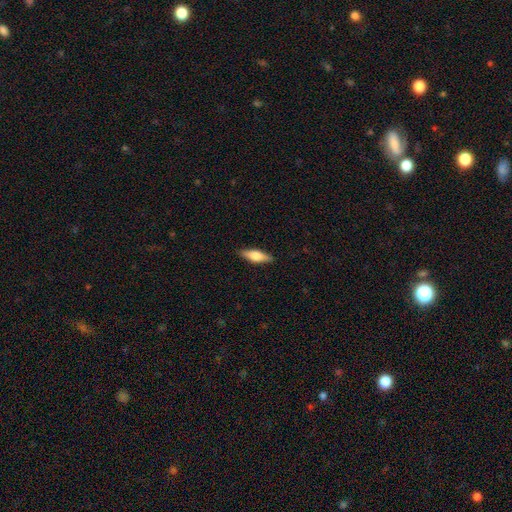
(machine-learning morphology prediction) This appears to be a smooth galaxy with no disk features (59%) that is cigar-shaped (49%, tied with in between). Merging: none (88%).